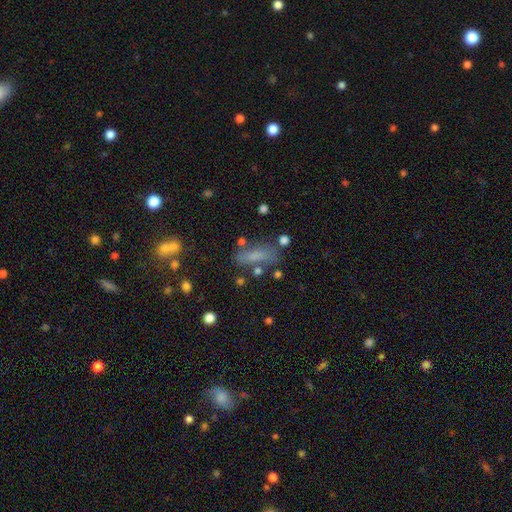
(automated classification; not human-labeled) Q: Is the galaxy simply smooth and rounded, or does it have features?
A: smooth — 69%.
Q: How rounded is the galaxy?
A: in between — 49%.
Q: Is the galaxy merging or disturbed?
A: none — 63%.